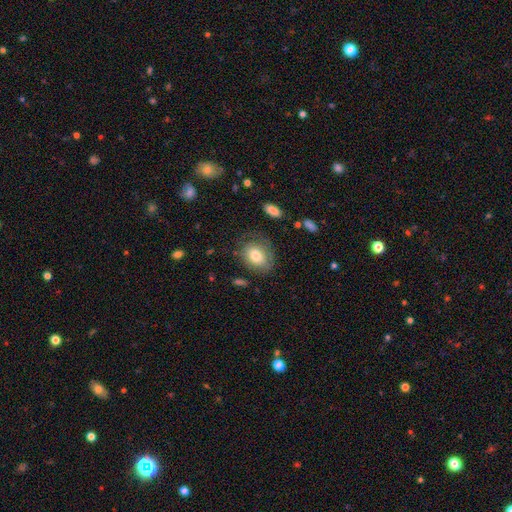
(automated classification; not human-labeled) Smooth or featured? smooth (76%)
How rounded? in between (62%)
Merging? none (67%)